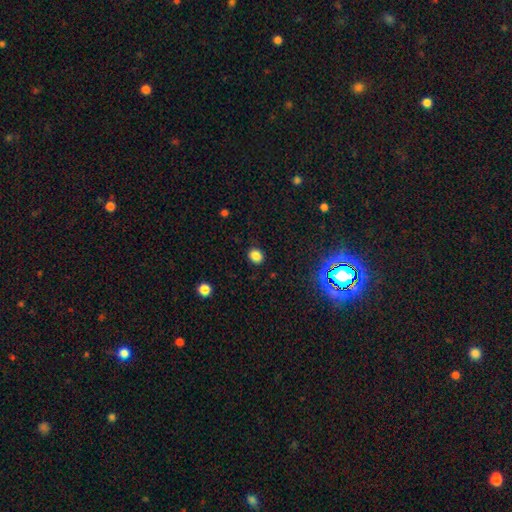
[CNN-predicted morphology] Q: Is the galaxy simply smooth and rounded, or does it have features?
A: smooth — 83%.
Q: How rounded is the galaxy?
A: round — 63%.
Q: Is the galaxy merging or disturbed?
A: none — 88%.